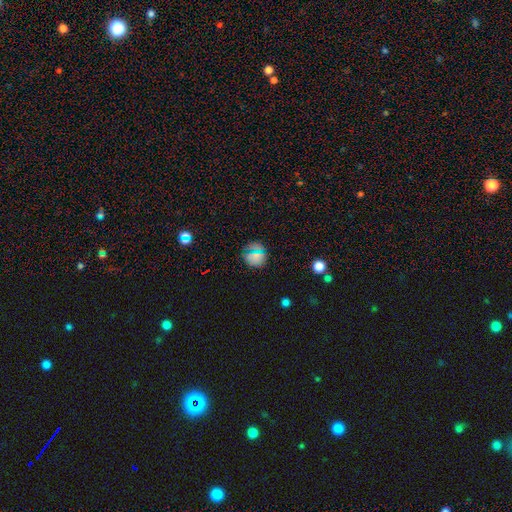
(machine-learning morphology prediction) Smooth or featured? smooth (67%)
How rounded? round (86%)
Merging? none (82%)